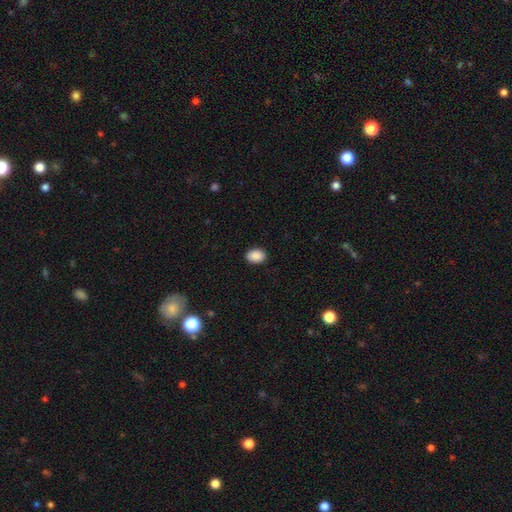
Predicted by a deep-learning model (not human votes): Q: Smooth or featured?
A: smooth (90%); runner-up: star or artifact (7%)
Q: How rounded?
A: in between (78%); runner-up: round (21%)
Q: Merging?
A: none (89%); runner-up: minor disturbance (8%)